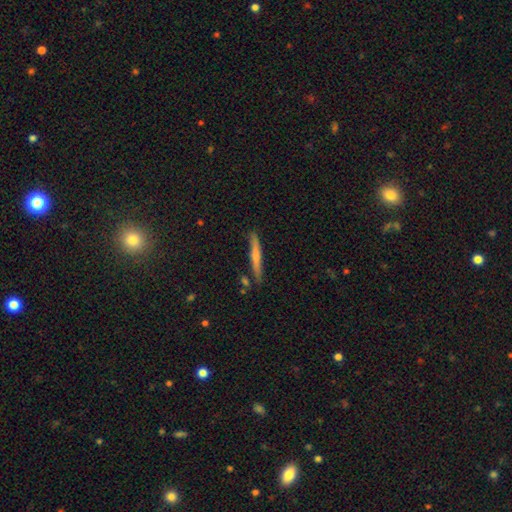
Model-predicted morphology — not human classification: smooth 56%, featured or disk 37%, star or artifact 6%. Down the decision tree: how rounded — cigar-shaped (95%); merging — none (82%).